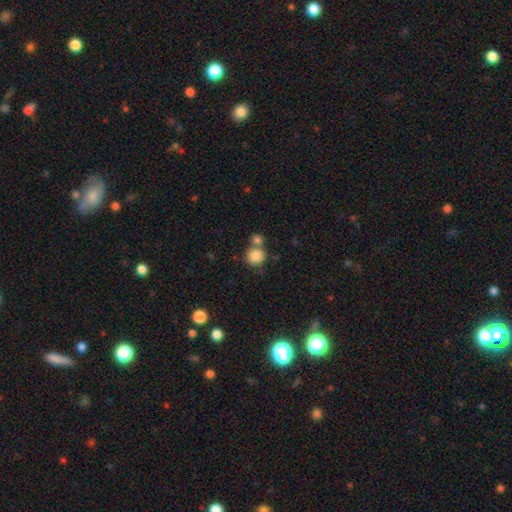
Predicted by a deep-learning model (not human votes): Morphology: type=smooth (85%); roundness=round (88%); merging=none (53%).